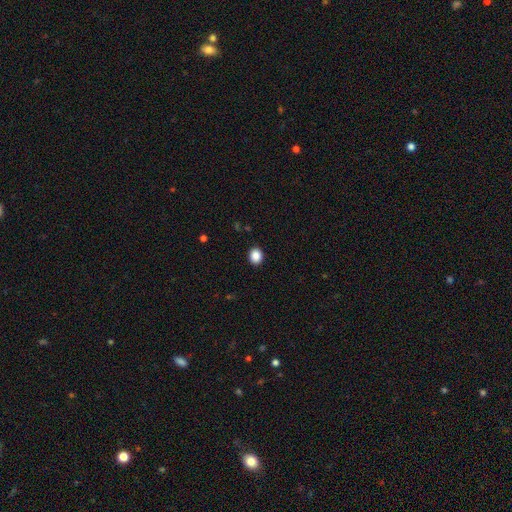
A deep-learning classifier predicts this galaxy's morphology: Smooth or featured: smooth — 89% (star or artifact — 9%)
How rounded: round — 60% (in between — 39%)
Merging: none — 91% (minor disturbance — 6%)